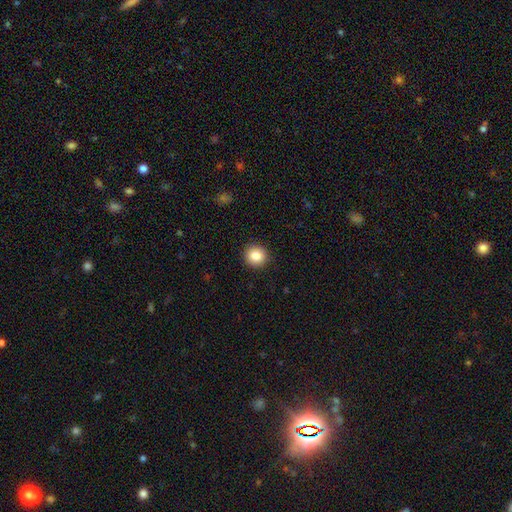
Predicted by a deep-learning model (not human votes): Morphology: type=smooth (86%); roundness=round (93%); merging=none (92%).